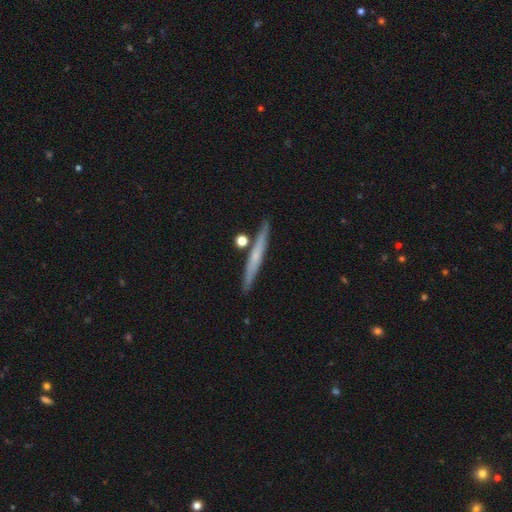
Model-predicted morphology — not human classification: Smooth or featured?
  - featured or disk: 48% *
  - smooth: 46%
  - star or artifact: 6%
Merging?
  - none: 85% *
  - minor disturbance: 8%
  - merger: 5%
  - major disturbance: 2%